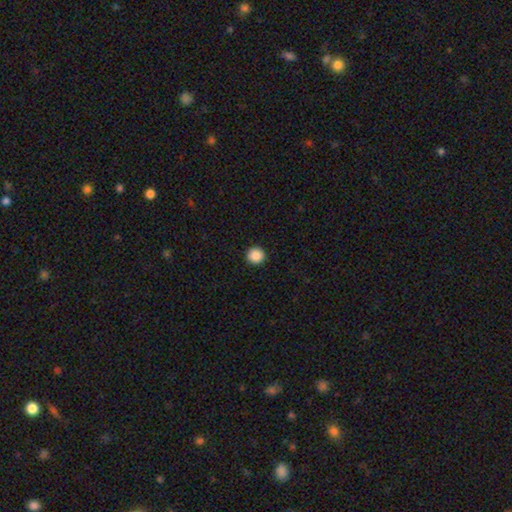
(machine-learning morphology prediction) type=smooth (89%); roundness=round (95%); merging=none (93%).